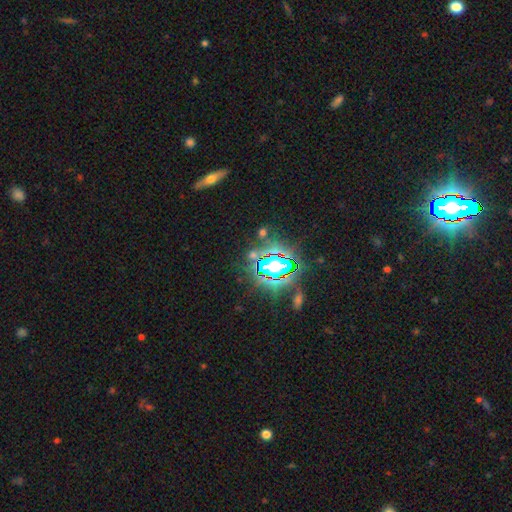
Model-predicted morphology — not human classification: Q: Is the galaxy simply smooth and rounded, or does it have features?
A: star or artifact — 73%.